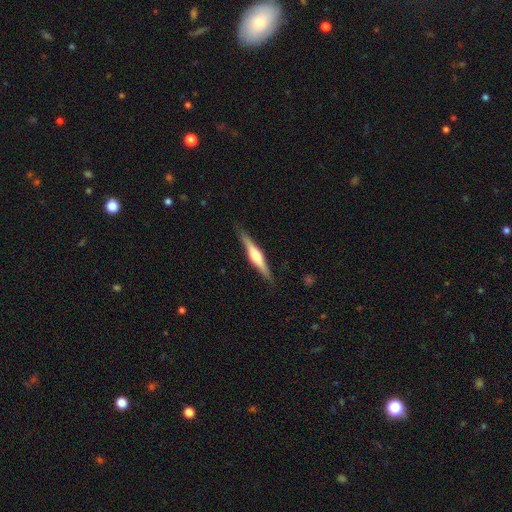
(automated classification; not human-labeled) smooth_or_featured: featured or disk (p=0.67) [alt: smooth p=0.28]
disk_edge_on: yes (p=0.97) [alt: no p=0.03]
edge_on_bulge: rounded (p=0.88) [alt: boxy p=0.08]
merging: none (p=0.88) [alt: minor disturbance p=0.09]